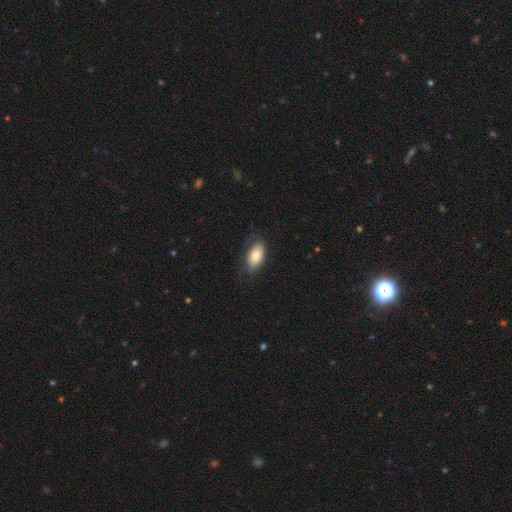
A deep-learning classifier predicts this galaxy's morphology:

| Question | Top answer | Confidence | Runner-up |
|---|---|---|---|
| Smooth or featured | smooth | 80% | featured or disk (13%) |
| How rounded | in between | 92% | cigar-shaped (4%) |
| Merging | none | 70% | minor disturbance (21%) |